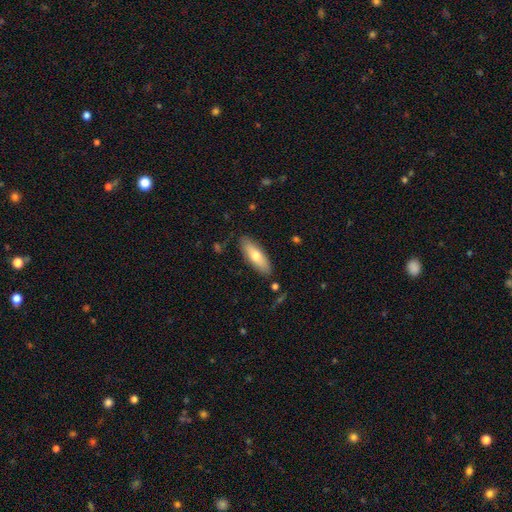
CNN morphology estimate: Smooth or featured? Predicted: smooth (p=0.67). How rounded? Predicted: in between (p=0.57). Merging? Predicted: none (p=0.87).